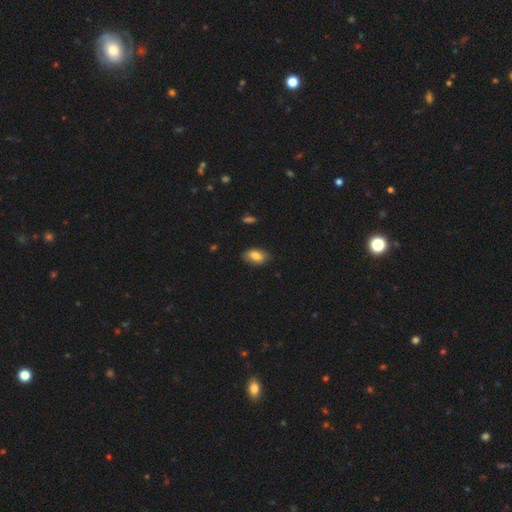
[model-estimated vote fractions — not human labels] Smooth or featured?
  - smooth: 80% *
  - featured or disk: 12%
  - star or artifact: 8%
How rounded?
  - in between: 91% *
  - round: 6%
  - cigar-shaped: 3%
Merging?
  - none: 78% *
  - minor disturbance: 17%
  - major disturbance: 3%
  - merger: 1%